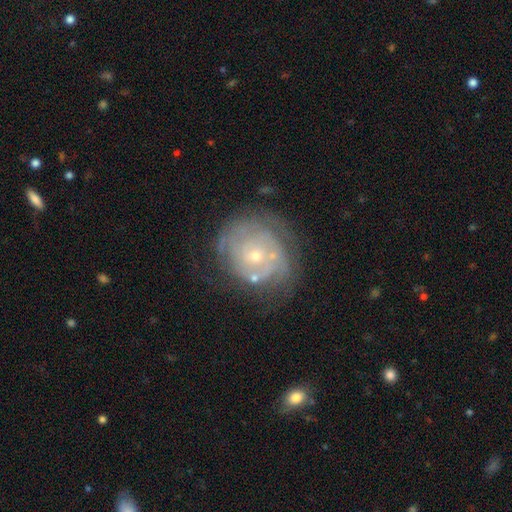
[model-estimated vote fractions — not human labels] Smooth or featured?
  - featured or disk: 75% *
  - smooth: 18%
  - star or artifact: 8%
Edge-on disk?
  - no: 97% *
  - yes: 3%
Bar?
  - no: 82% *
  - weak: 15%
  - strong: 3%
Spiral arms?
  - yes: 79% *
  - no: 21%
Spiral winding?
  - tight: 70% *
  - medium: 22%
  - loose: 8%
Spiral arm count?
  - can't tell: 51% *
  - 2: 19%
  - 3: 13%
  - 4: 7%
  - 1: 5%
  - more than 4: 5%
Bulge size?
  - small: 73% *
  - moderate: 23%
  - large: 1%
  - none: 1%
  - dominant: 1%
Merging?
  - none: 61% *
  - minor disturbance: 21%
  - major disturbance: 12%
  - merger: 6%